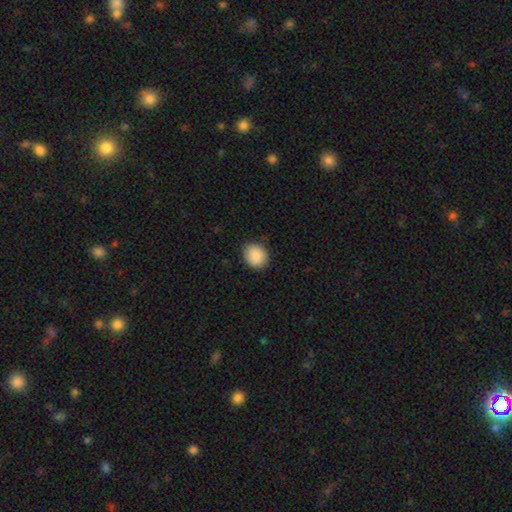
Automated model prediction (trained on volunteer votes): Smooth or featured: smooth — 89% (star or artifact — 7%)
How rounded: round — 62% (in between — 37%)
Merging: none — 86% (minor disturbance — 10%)